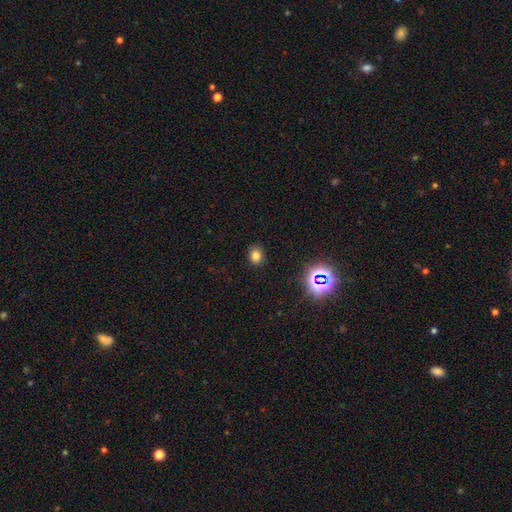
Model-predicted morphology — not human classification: This appears to be a smooth galaxy with no disk features (77%) that is round (62%). Merging: none (86%).